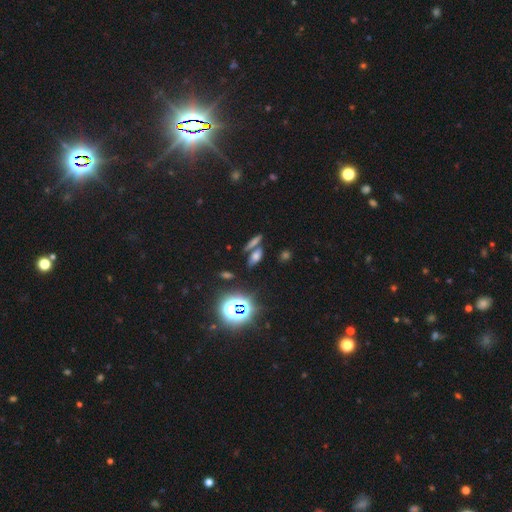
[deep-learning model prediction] The model was most divided on "how rounded": in between: 59%, cigar-shaped: 31%, round: 10%. More confident: merging — none (62%); smooth or featured — smooth (56%).